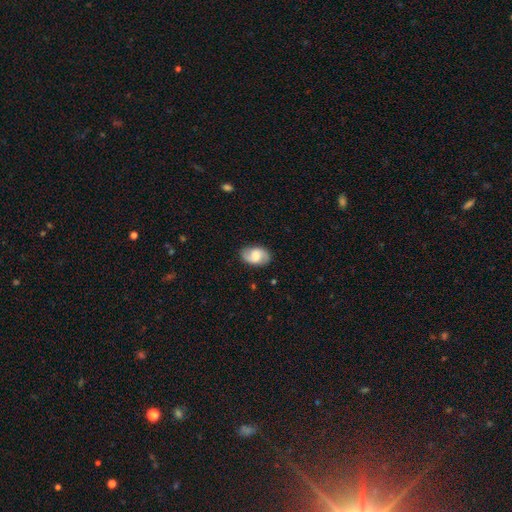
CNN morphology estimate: This is possibly a featured or disk galaxy (52%). It is clearly not viewed edge-on (96%). Bar: possibly weak (47%). Spiral arm pattern: clearly yes (87%). Central bulge: marginally moderate (41%). Merging: clearly none (84%).